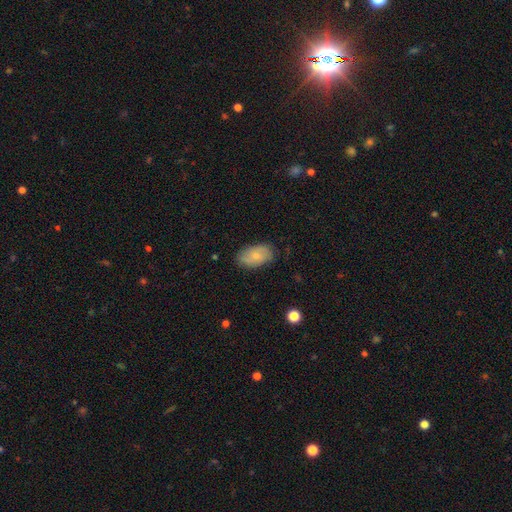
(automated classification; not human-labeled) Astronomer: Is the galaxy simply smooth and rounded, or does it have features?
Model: smooth — 70%.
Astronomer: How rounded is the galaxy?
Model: in between — 93%.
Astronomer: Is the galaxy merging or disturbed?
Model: none — 77%.